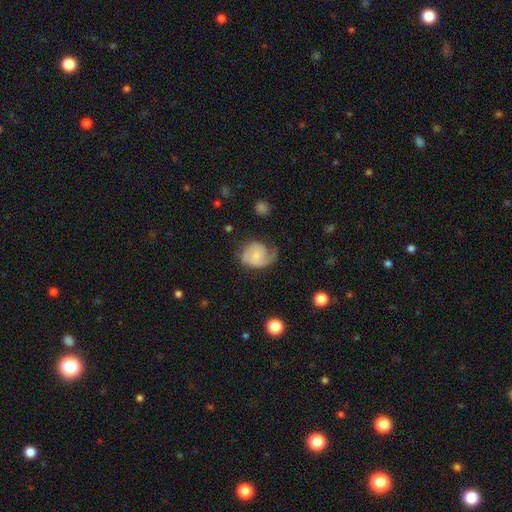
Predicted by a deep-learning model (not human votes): smooth_or_featured: featured or disk (p=0.56) [alt: smooth p=0.37]
disk_edge_on: no (p=0.97) [alt: yes p=0.03]
bar: no (p=0.74) [alt: weak p=0.23]
has_spiral_arms: yes (p=0.86) [alt: no p=0.14]
bulge_size: small (p=0.60) [alt: moderate p=0.24]
merging: none (p=0.38) [alt: minor disturbance p=0.31]